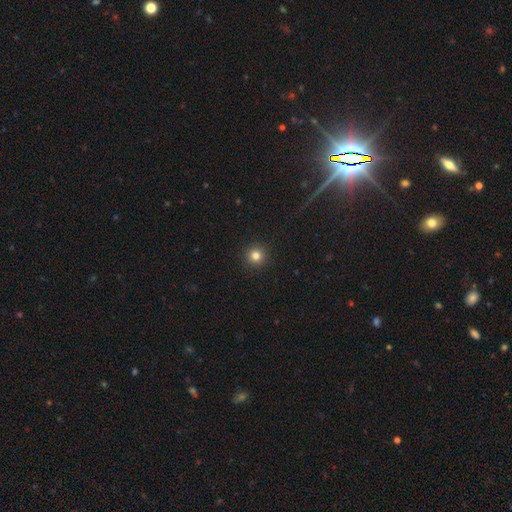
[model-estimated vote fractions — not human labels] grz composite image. It shows a smooth galaxy with no disk features (81%) that is round (96%). Merging: none (93%).